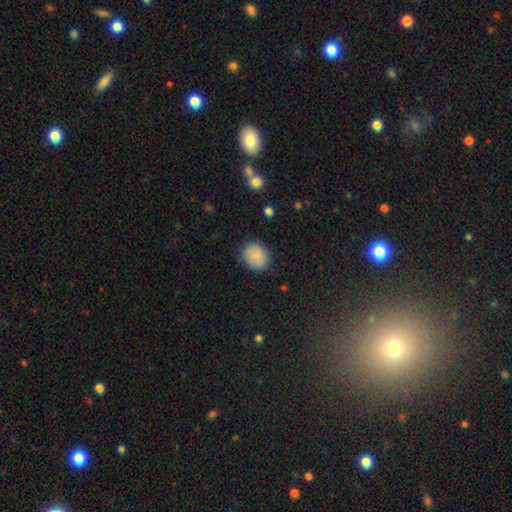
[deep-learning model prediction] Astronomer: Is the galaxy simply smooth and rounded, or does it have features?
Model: smooth — 79%.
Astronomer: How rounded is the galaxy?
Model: round — 63%.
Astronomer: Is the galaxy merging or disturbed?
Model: none — 83%.